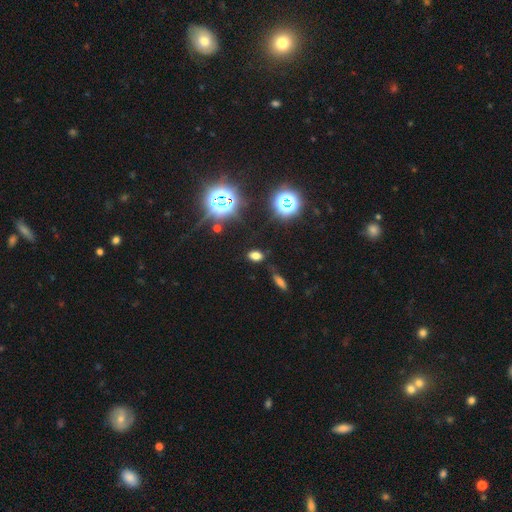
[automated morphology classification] Smooth or featured: smooth — 65% (star or artifact — 28%)
How rounded: in between — 80% (round — 15%)
Merging: none — 79% (minor disturbance — 13%)